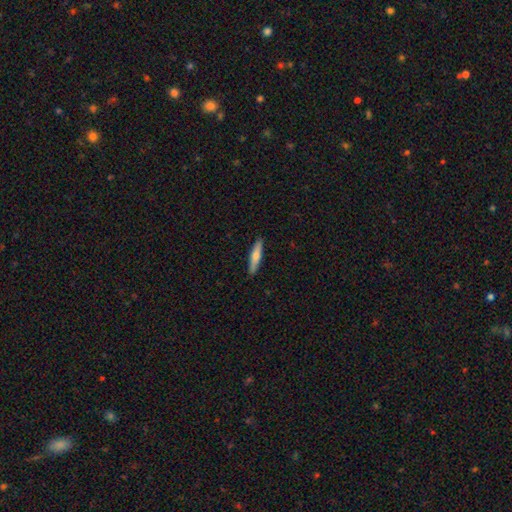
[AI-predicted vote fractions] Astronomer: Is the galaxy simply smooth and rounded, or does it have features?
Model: smooth — 58% (runner-up: featured or disk, 36%).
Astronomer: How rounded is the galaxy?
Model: cigar-shaped — 83%.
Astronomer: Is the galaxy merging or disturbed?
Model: none — 91%.